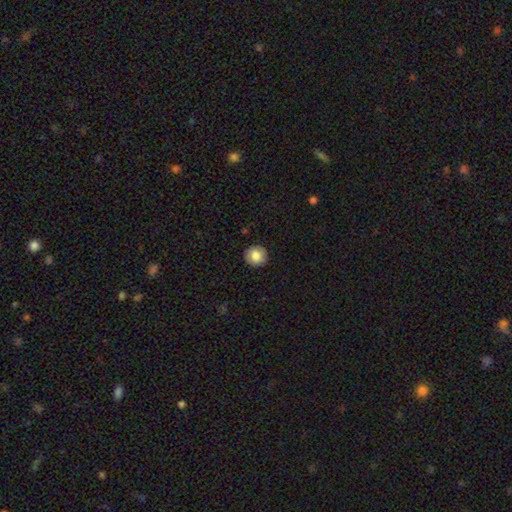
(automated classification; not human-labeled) Smooth or featured? smooth (83%)
How rounded? round (94%)
Merging? none (91%)